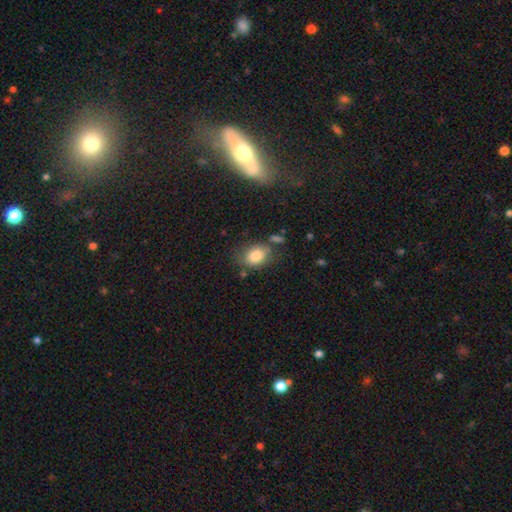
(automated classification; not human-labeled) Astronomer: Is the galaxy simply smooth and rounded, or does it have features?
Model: smooth — 82%.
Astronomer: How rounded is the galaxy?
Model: in between — 70%.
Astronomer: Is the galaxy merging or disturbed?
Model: none — 63%.